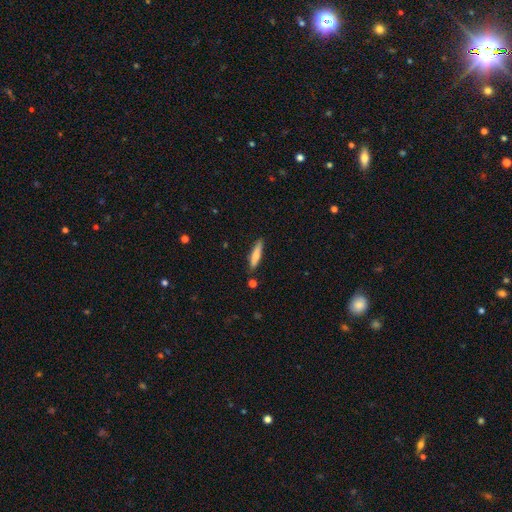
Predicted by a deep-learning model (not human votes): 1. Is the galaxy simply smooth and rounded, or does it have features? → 69% smooth, 25% featured or disk, 6% star or artifact.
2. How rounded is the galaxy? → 85% cigar-shaped, 14% in between, 2% round.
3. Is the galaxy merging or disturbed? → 84% none, 11% minor disturbance, 3% merger, 2% major disturbance.